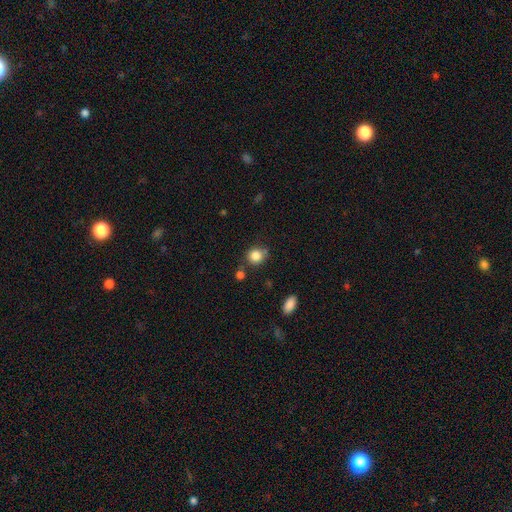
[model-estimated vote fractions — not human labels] Overall: smooth (84%). How rounded: round (83%). Merging: none (74%).